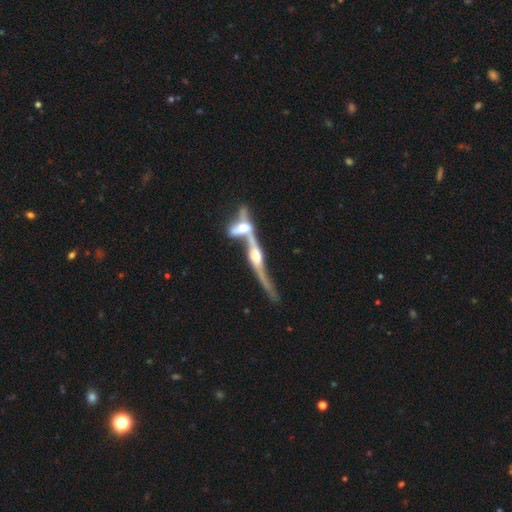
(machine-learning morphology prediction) Smooth or featured: featured or disk — 75% (smooth — 17%)
Edge-on disk: yes — 74% (no — 26%)
Edge-on bulge: rounded — 84% (boxy — 10%)
Merging: merger — 73% (none — 14%)